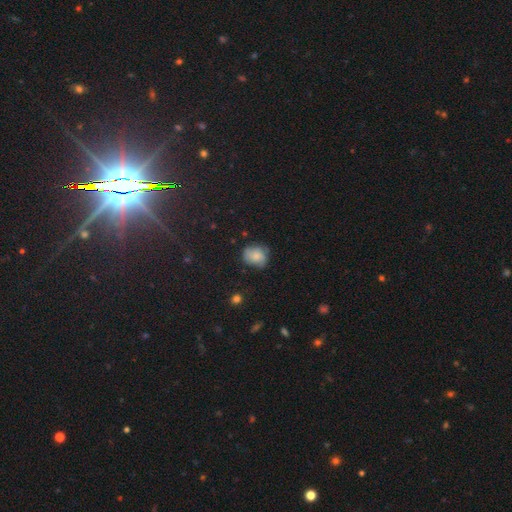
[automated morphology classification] Smooth or featured: smooth — 72% (featured or disk — 18%)
How rounded: round — 59% (in between — 40%)
Merging: none — 62% (minor disturbance — 29%)